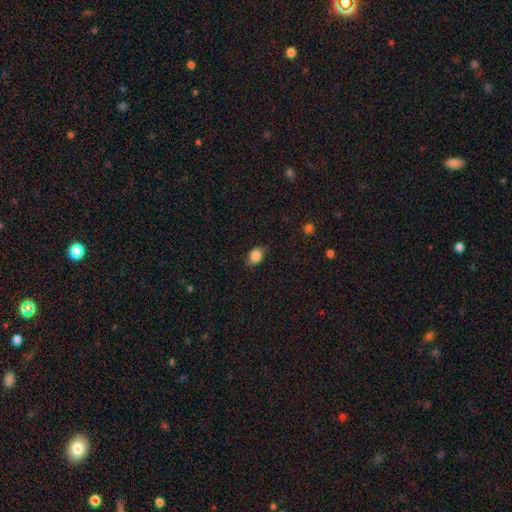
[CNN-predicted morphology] Q: Smooth or featured?
A: smooth (85%); runner-up: star or artifact (9%)
Q: How rounded?
A: in between (69%); runner-up: round (30%)
Q: Merging?
A: none (75%); runner-up: minor disturbance (20%)